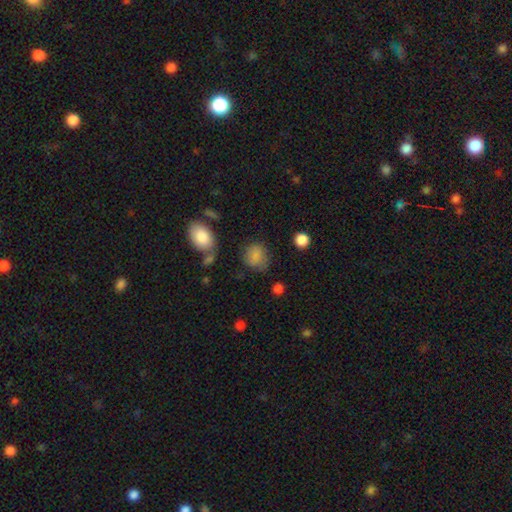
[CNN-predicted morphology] A smooth galaxy with no disk features (82%) that is round (64%). Merging: none (66%).